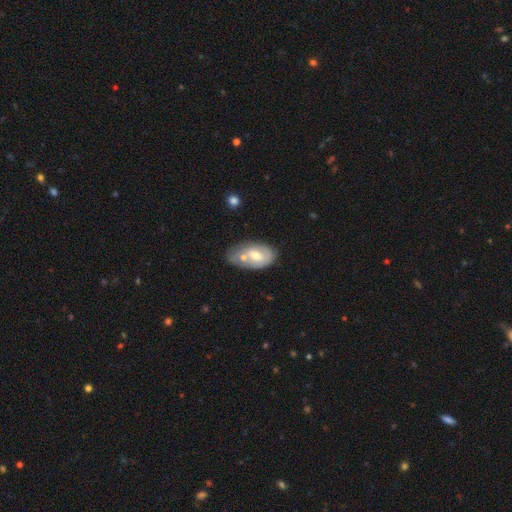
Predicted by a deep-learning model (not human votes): A featured or disk galaxy (47%, tied with smooth). Merging: none (41%).